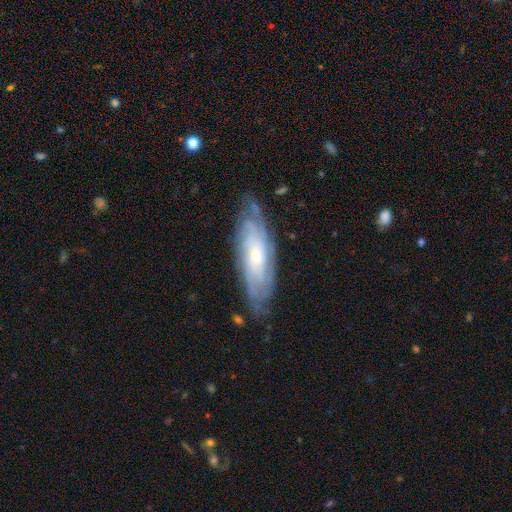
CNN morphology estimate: featured or disk 78%, smooth 16%, star or artifact 6%. Down the decision tree: edge-on disk — no (85%); bar — no (70%); spiral arms — yes (94%); spiral arm count — can't tell (50%); spiral winding — tight (73%); bulge size — small (61%); merging — none (75%).